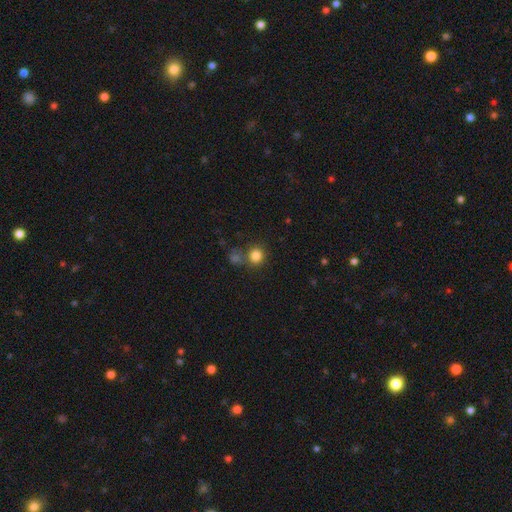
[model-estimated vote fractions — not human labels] smooth 82%, star or artifact 12%, featured or disk 5%. Down the decision tree: how rounded — round (90%); merging — none (68%).